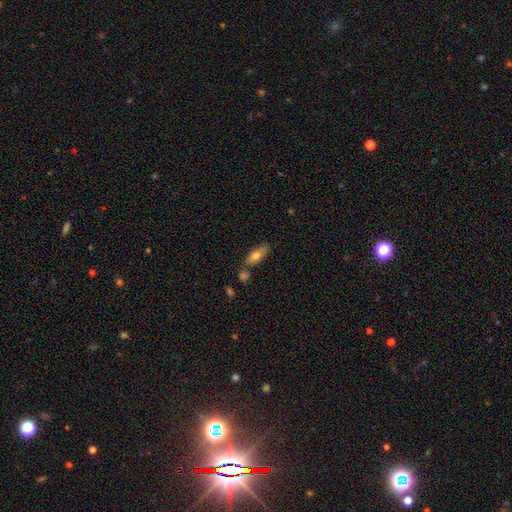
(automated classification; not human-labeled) Smooth or featured? Predicted: smooth (p=0.71). How rounded? Predicted: in between (p=0.68). Merging? Predicted: none (p=0.65).